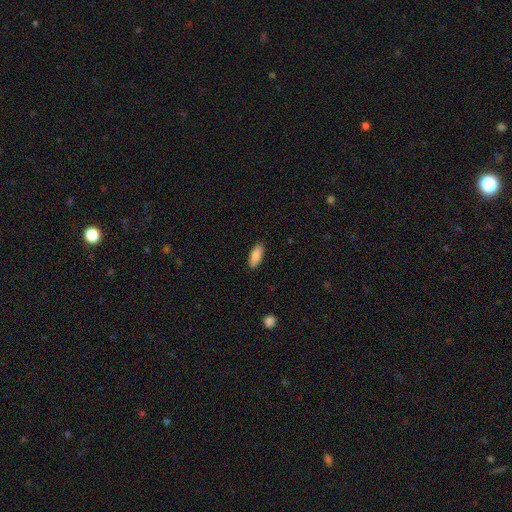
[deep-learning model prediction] smooth_or_featured: smooth (p=0.89) [alt: star or artifact p=0.06]
how_rounded: in between (p=0.75) [alt: cigar-shaped p=0.23]
merging: none (p=0.89) [alt: minor disturbance p=0.08]